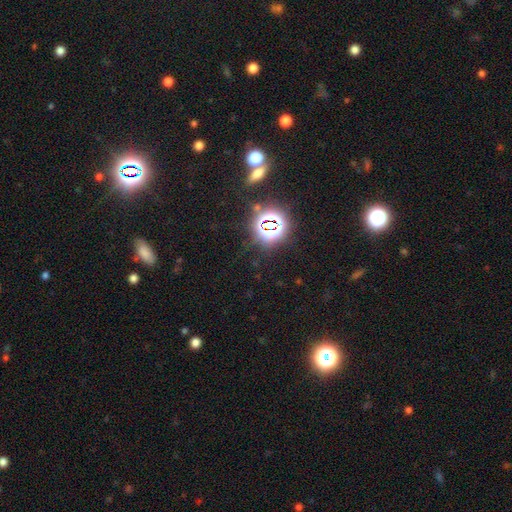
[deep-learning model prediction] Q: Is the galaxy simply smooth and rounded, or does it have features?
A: star or artifact — 79%.